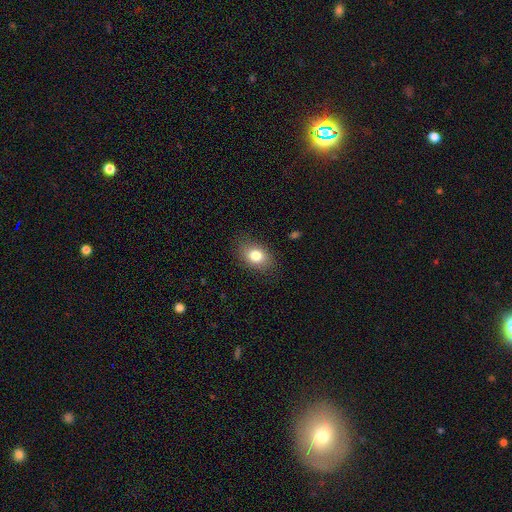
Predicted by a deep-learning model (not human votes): Smooth or featured? Predicted: smooth (p=0.81). How rounded? Predicted: in between (p=0.75). Merging? Predicted: none (p=0.83).